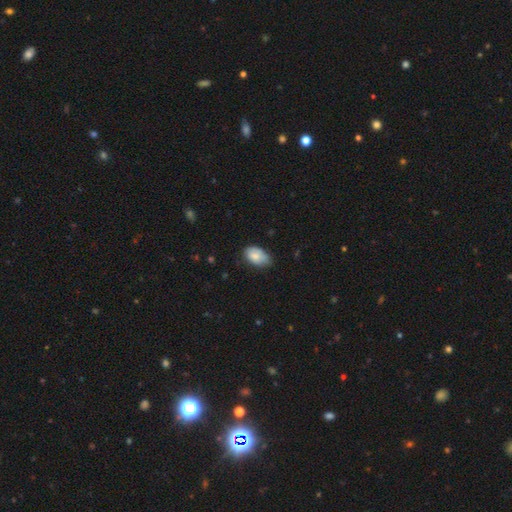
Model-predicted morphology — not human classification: Overall: smooth (79%). How rounded: in between (91%). Merging: none (54%; minor disturbance 37%).